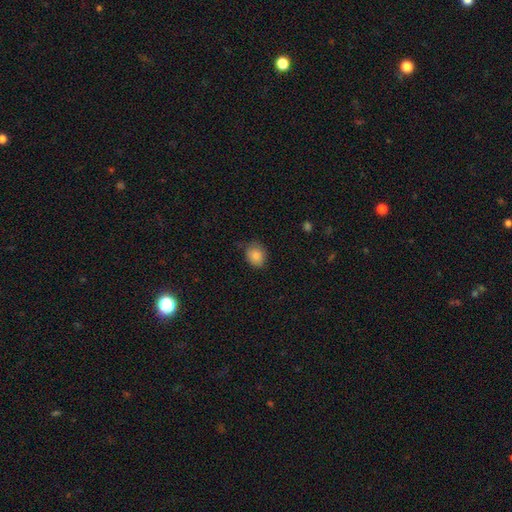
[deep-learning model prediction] Morphology: type=smooth (85%); roundness=round (63%); merging=none (66%).